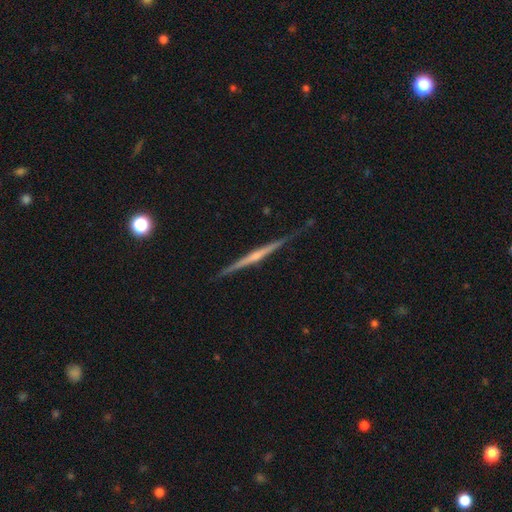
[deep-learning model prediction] smooth_or_featured: featured or disk (p=0.80) [alt: smooth p=0.15]
disk_edge_on: yes (p=0.98) [alt: no p=0.02]
edge_on_bulge: rounded (p=0.59) [alt: none p=0.33]
merging: none (p=0.85) [alt: minor disturbance p=0.12]